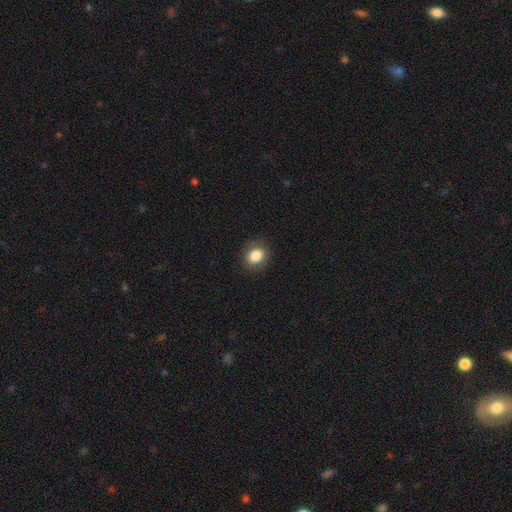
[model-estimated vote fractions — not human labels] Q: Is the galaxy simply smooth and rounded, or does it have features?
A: smooth — 83%.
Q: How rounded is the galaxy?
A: round — 59%.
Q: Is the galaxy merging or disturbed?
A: none — 85%.